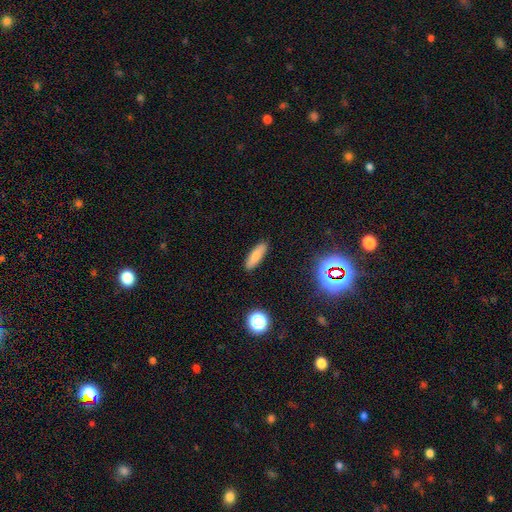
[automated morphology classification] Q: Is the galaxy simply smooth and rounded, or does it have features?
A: smooth — 81%.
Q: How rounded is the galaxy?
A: cigar-shaped — 55%.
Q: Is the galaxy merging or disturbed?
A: none — 89%.